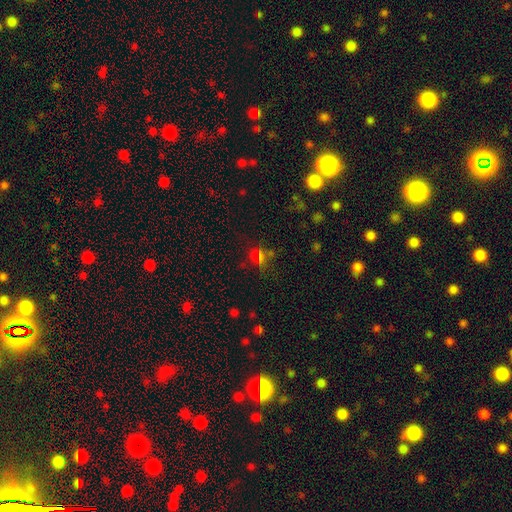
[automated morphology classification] Smooth or featured?
  - star or artifact: 47% *
  - smooth: 43%
  - featured or disk: 10%